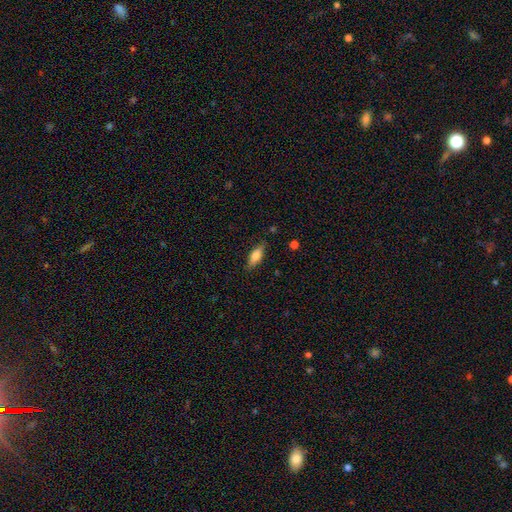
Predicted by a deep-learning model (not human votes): Overall: smooth (64%; featured or disk 29%). How rounded: in between (58%; cigar-shaped 39%). Merging: none (83%).